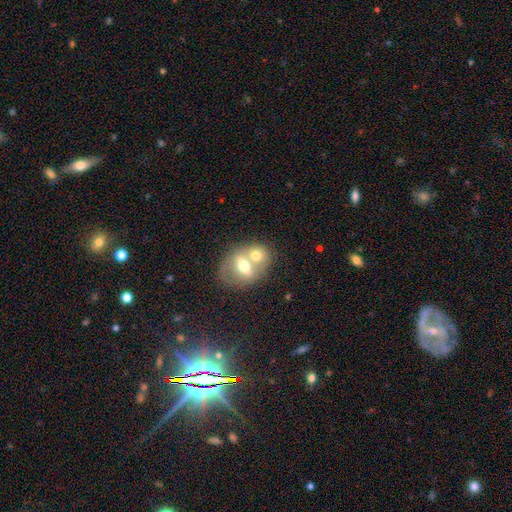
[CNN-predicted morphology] A smooth galaxy with no disk features (58%) that is in between round and cigar-shaped (51%).

Vote fractions:
- Smooth or featured? smooth: 58% / featured or disk: 34% / star or artifact: 8%
- How rounded? in between: 51% / round: 47% / cigar-shaped: 2%
- Merging? merger: 62% / none: 27% / minor disturbance: 7% / major disturbance: 4%